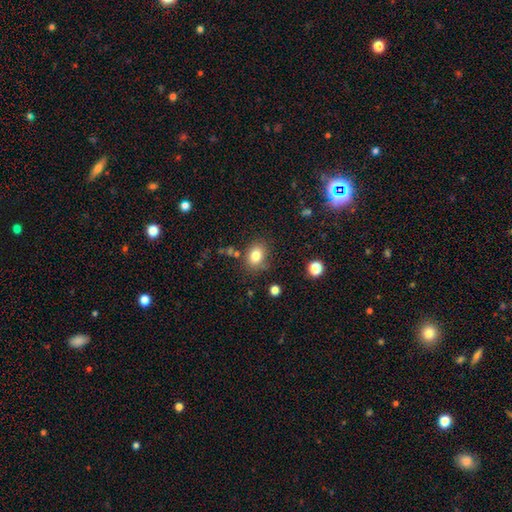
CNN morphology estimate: smooth-or-featured: smooth: 81% | star or artifact: 11% | featured or disk: 8%
  how-rounded: in between: 58% | round: 41% | cigar-shaped: 1%
  merging: none: 77% | minor disturbance: 14% | merger: 4% | major disturbance: 4%